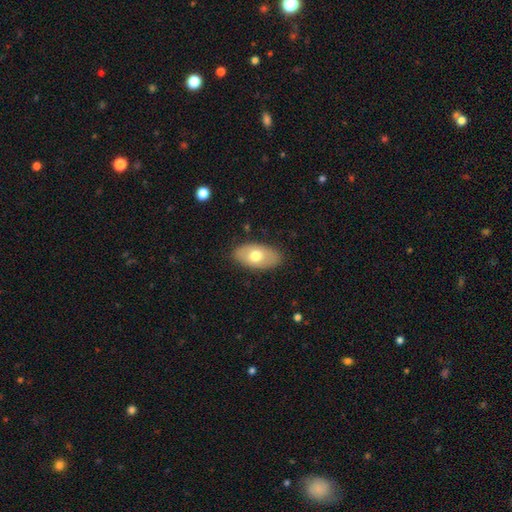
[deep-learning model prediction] Smooth or featured? Predicted: smooth (p=0.65). How rounded? Predicted: in between (p=0.93). Merging? Predicted: none (p=0.85).